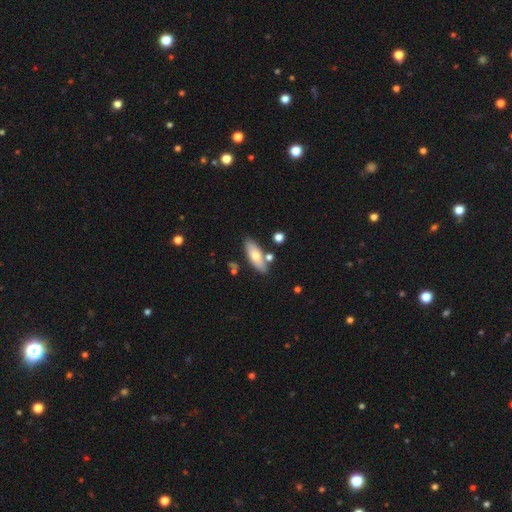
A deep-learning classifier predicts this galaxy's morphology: Smooth or featured?
  - smooth: 67% *
  - featured or disk: 27%
  - star or artifact: 6%
How rounded?
  - in between: 65% *
  - cigar-shaped: 33%
  - round: 3%
Merging?
  - none: 77% *
  - minor disturbance: 12%
  - merger: 9%
  - major disturbance: 3%